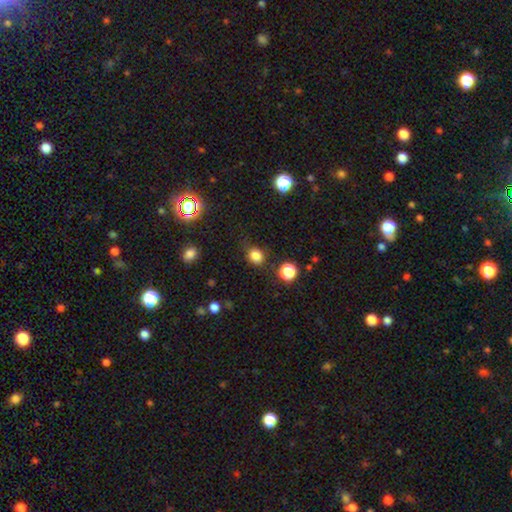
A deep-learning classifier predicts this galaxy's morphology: This is clearly a smooth galaxy (82%). How rounded: likely round (73%). Merging: likely none (77%).